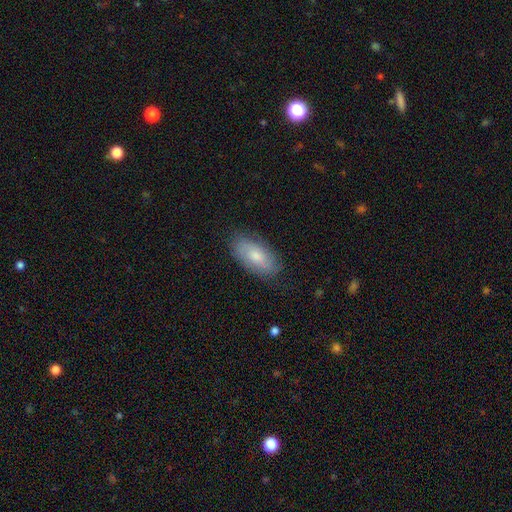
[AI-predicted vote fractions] The model was most divided on "smooth or featured": smooth: 62%, featured or disk: 32%, star or artifact: 6%. More confident: how rounded — in between (91%); merging — none (80%).